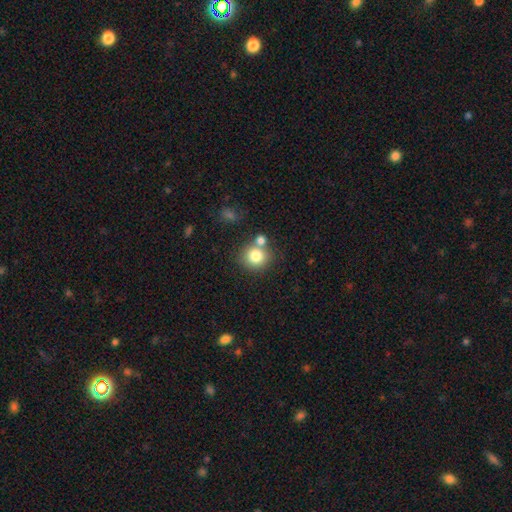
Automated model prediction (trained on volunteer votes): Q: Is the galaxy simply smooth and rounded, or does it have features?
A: smooth — 80%.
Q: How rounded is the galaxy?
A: round — 86%.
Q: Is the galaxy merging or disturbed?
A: none — 63%.